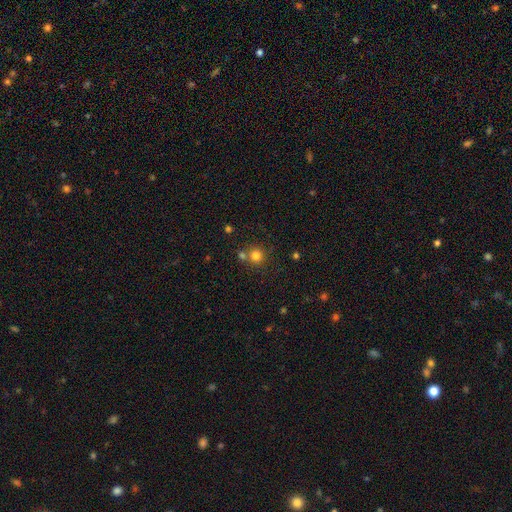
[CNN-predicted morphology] smooth 79%, star or artifact 14%, featured or disk 7%. Down the decision tree: how rounded — round (91%); merging — none (64%).